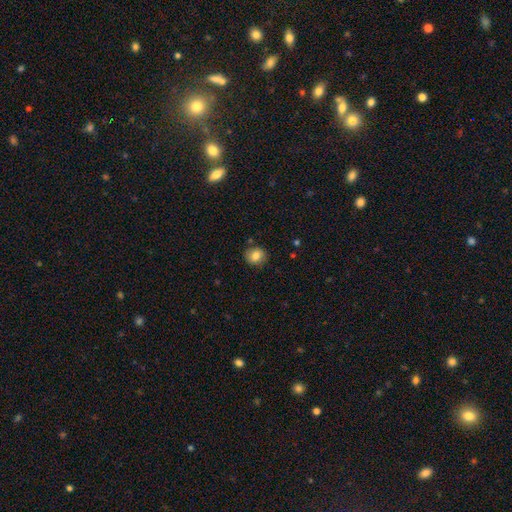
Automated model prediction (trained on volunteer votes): This is clearly a smooth galaxy (80%). How rounded: likely round (75%). Merging: clearly none (83%).